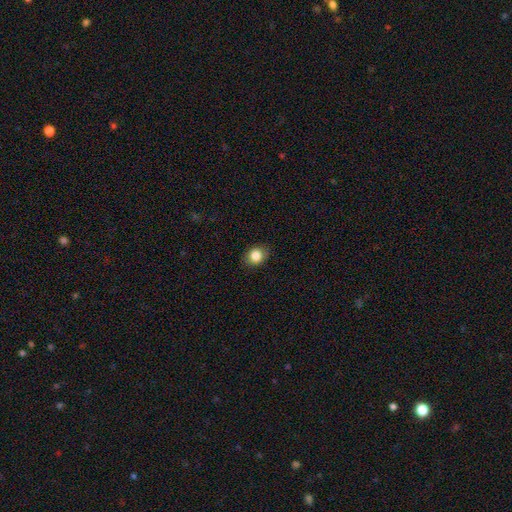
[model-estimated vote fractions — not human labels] This is clearly a smooth galaxy (85%). How rounded: possibly round (57%). Merging: clearly none (86%).